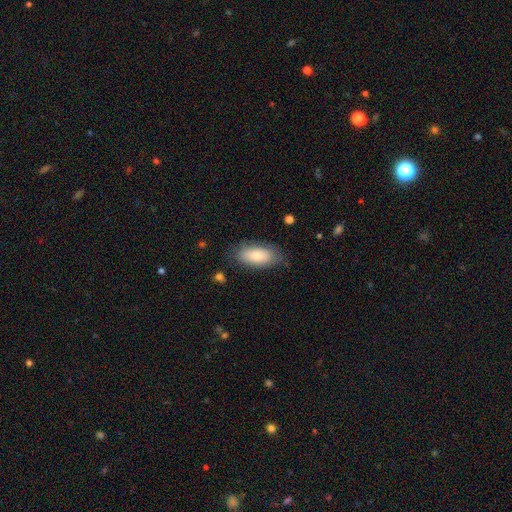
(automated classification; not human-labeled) Morphology: type=smooth (82%); roundness=in between (88%); merging=none (79%).